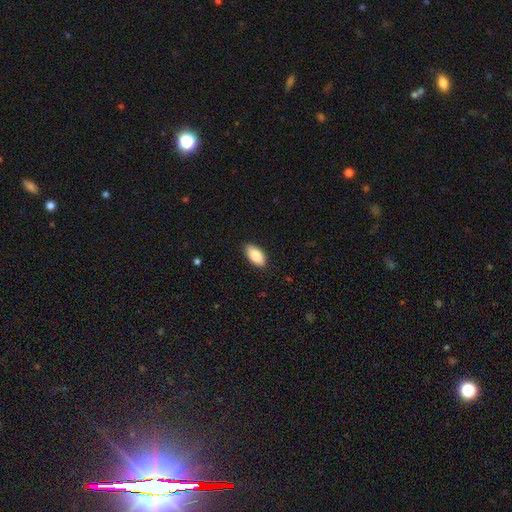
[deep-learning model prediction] Morphology: type=smooth (85%); roundness=in between (93%); merging=none (88%).